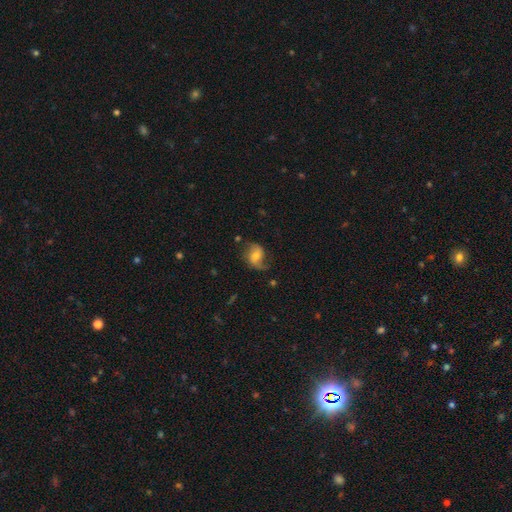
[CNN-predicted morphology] This is possibly a featured or disk galaxy (57%). It is clearly not viewed edge-on (97%). Bar: possibly no (50%). Spiral arm pattern: clearly yes (88%). Central bulge: possibly moderate (57%). Merging: possibly none (56%).